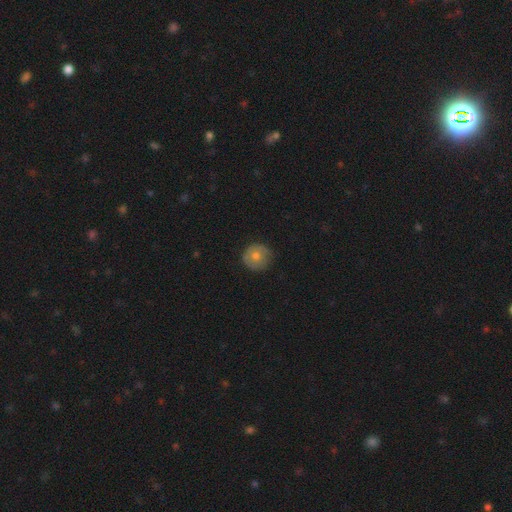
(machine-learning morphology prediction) This is likely a smooth galaxy (64%). How rounded: clearly round (92%). Merging: clearly none (84%).